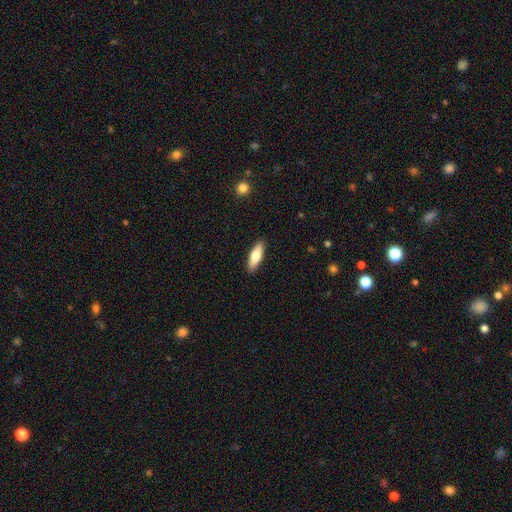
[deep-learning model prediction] Overall: smooth (69%). How rounded: cigar-shaped (49%, tied with in between). Merging: none (90%).